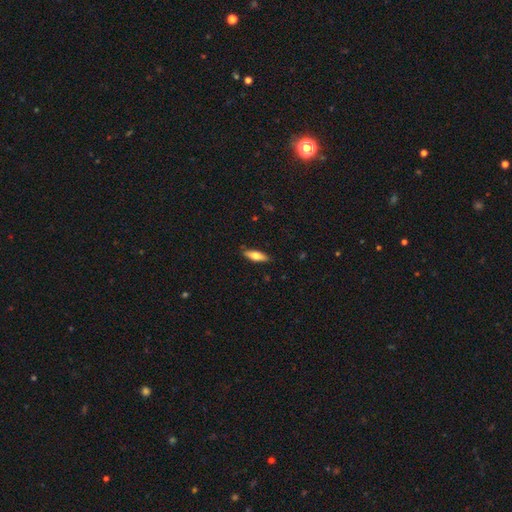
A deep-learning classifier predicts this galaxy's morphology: Overall: smooth (66%; featured or disk 28%). How rounded: in between (54%; cigar-shaped 44%). Merging: none (87%).